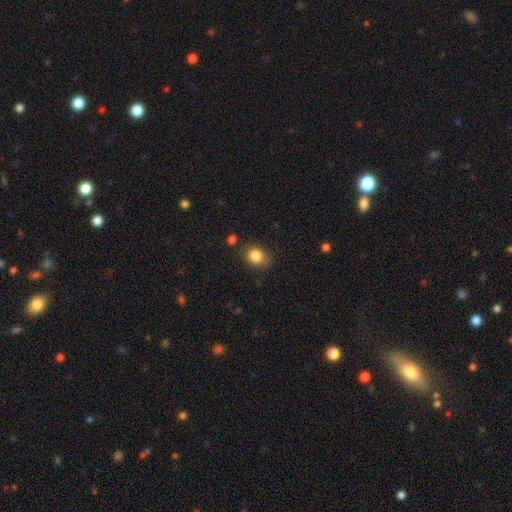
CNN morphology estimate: Smooth or featured? Predicted: smooth (p=0.85). How rounded? Predicted: round (p=0.61). Merging? Predicted: none (p=0.78).